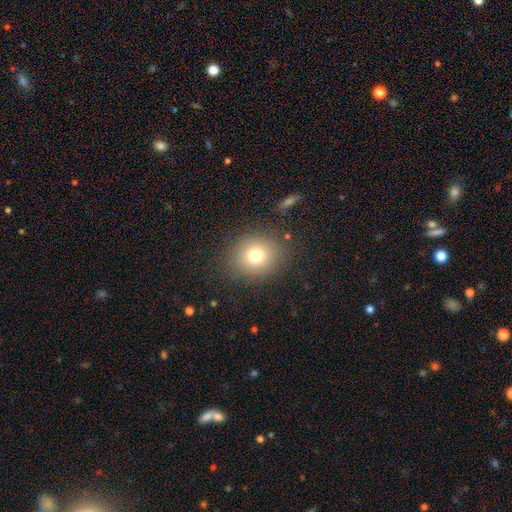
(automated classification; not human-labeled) A smooth galaxy with no disk features (75%) that is round (70%). Merging: none (84%).